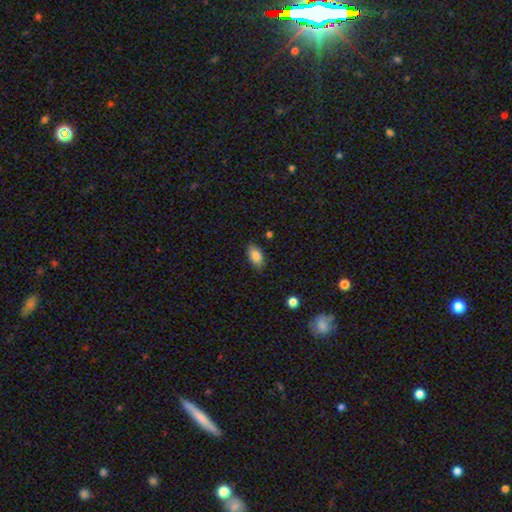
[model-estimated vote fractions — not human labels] Smooth or featured? Predicted: smooth (p=0.84). How rounded? Predicted: in between (p=0.91). Merging? Predicted: none (p=0.82).